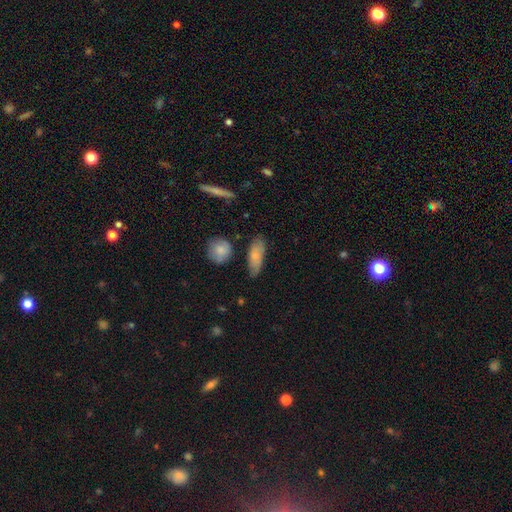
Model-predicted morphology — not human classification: Smooth or featured? Predicted: smooth (p=0.77). How rounded? Predicted: in between (p=0.66). Merging? Predicted: none (p=0.70).